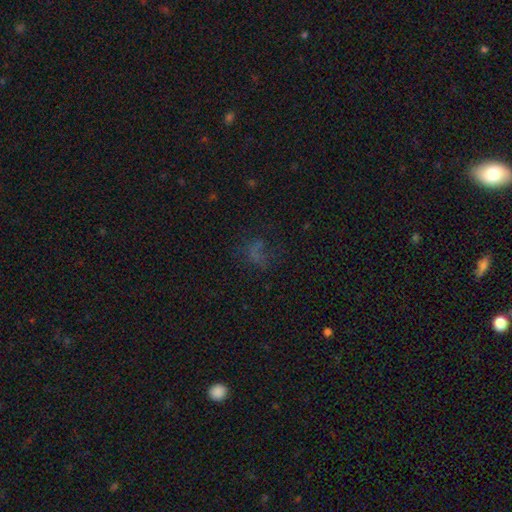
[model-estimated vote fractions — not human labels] The model was most divided on "smooth or featured": star or artifact: 41%, smooth: 38%, featured or disk: 21%.